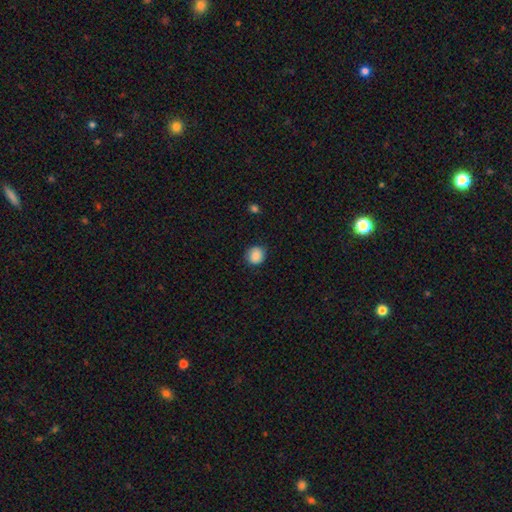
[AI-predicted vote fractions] Smooth or featured? smooth (86%)
How rounded? round (83%)
Merging? none (82%)